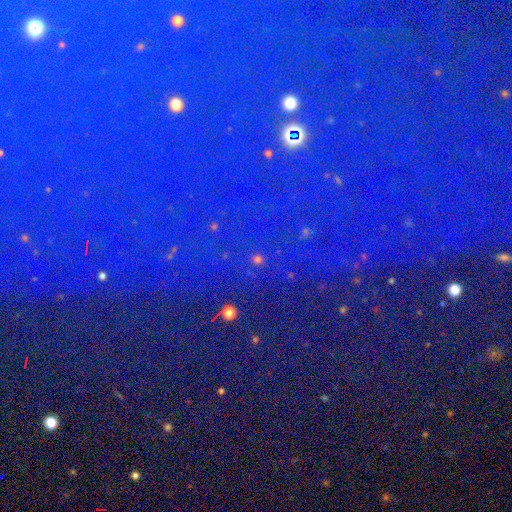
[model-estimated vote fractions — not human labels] Overall: star or artifact (84%).